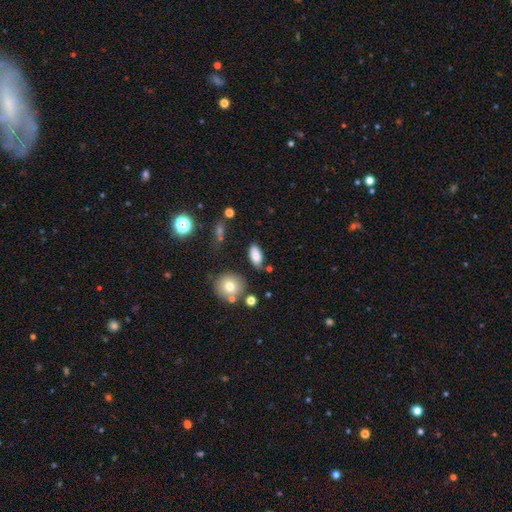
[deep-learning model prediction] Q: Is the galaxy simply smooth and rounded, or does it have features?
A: smooth — 82%.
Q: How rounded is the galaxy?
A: in between — 90%.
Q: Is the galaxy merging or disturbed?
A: none — 77%.